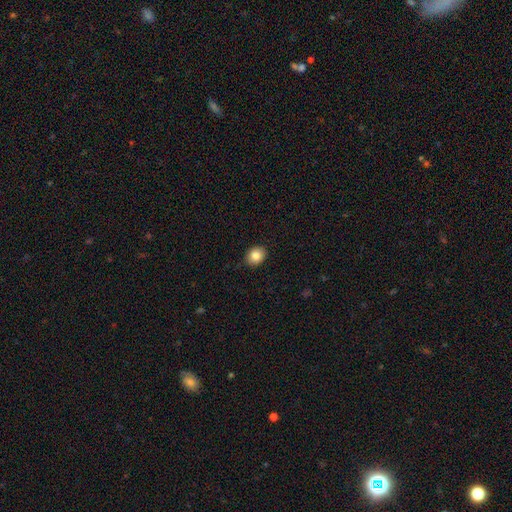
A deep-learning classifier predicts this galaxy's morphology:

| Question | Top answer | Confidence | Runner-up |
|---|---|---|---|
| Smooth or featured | smooth | 85% | star or artifact (9%) |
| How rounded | round | 59% | in between (40%) |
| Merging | none | 88% | minor disturbance (9%) |